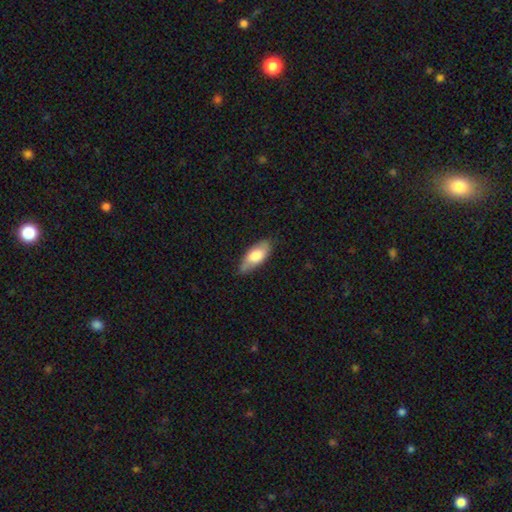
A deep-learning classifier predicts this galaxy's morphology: A smooth galaxy with no disk features (73%) that is in between round and cigar-shaped (81%). Merging: none (75%).